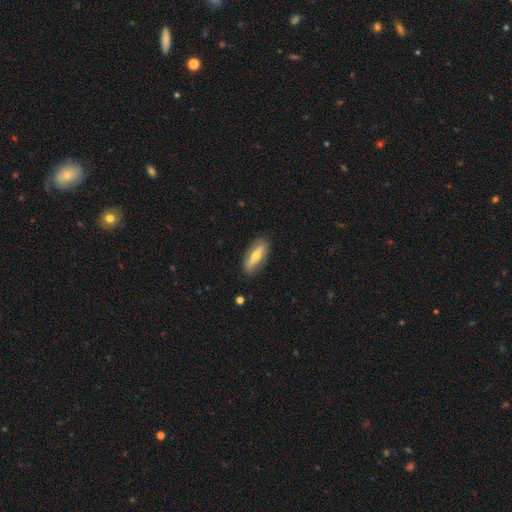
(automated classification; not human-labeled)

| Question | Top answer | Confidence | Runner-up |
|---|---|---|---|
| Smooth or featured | featured or disk | 52% | smooth (42%) |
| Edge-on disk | no | 61% | yes (39%) |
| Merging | none | 82% | minor disturbance (14%) |